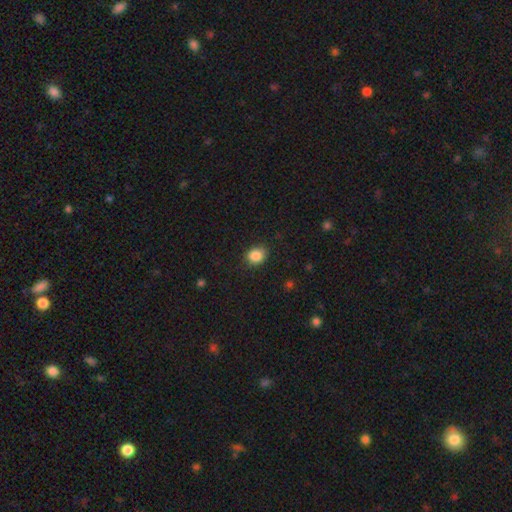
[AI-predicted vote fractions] Overall: smooth (86%). How rounded: round (54%; in between 45%). Merging: none (83%).